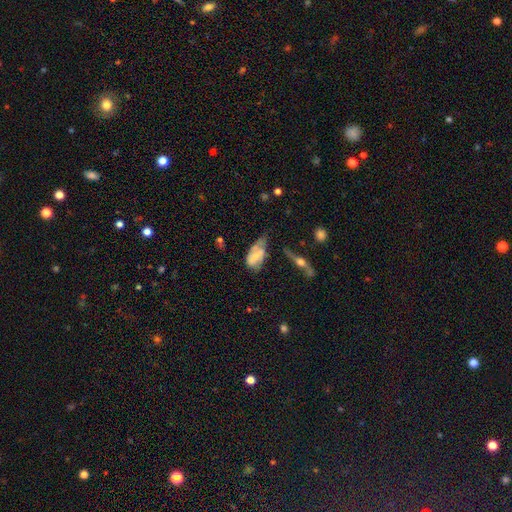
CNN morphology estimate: Smooth or featured: smooth — 56% (featured or disk — 36%)
How rounded: in between — 90% (cigar-shaped — 5%)
Merging: minor disturbance — 35% (major disturbance — 27%)